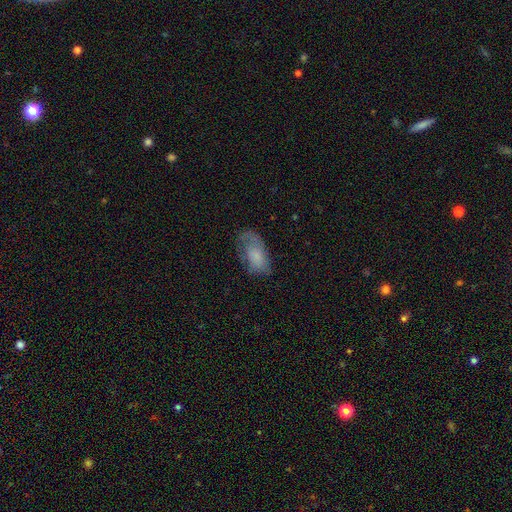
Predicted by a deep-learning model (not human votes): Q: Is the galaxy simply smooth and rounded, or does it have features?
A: smooth — 61%.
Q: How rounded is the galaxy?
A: in between — 92%.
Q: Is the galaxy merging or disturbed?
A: none — 43%.